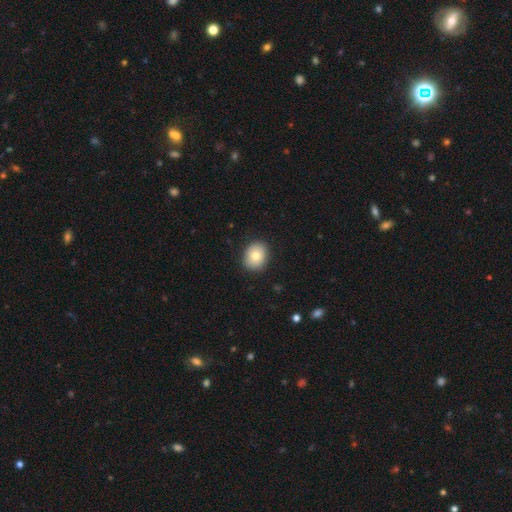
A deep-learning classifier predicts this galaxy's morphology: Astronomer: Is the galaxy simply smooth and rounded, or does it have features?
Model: smooth — 80%.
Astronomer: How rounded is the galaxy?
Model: round — 51% (runner-up: in between, 48%).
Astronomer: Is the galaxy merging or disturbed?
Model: none — 89%.